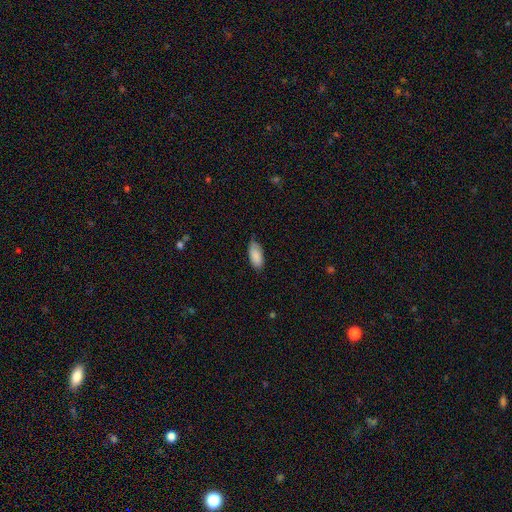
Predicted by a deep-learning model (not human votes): A smooth galaxy with no disk features (88%) that is in between round and cigar-shaped (90%).

Vote fractions:
- Smooth or featured? smooth: 88% / featured or disk: 6% / star or artifact: 6%
- How rounded? in between: 90% / cigar-shaped: 9% / round: 2%
- Merging? none: 76% / minor disturbance: 20% / major disturbance: 3% / merger: 1%